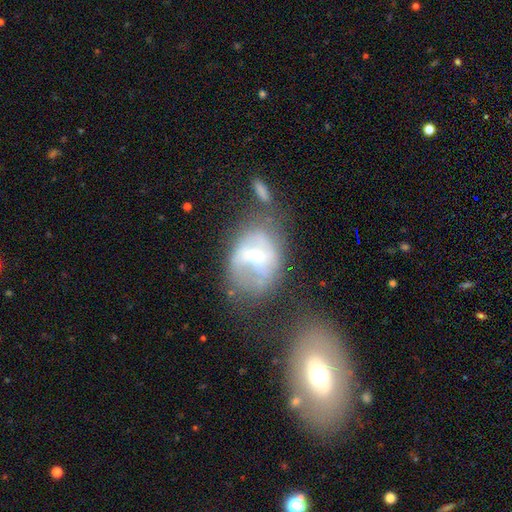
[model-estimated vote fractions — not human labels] Smooth or featured? Predicted: featured or disk (p=0.58). Edge-on disk? Predicted: no (p=0.94). Bar? Predicted: weak (p=0.44). Spiral arms? Predicted: no (p=0.61). Bulge size? Predicted: moderate (p=0.51). Merging? Predicted: major disturbance (p=0.31).